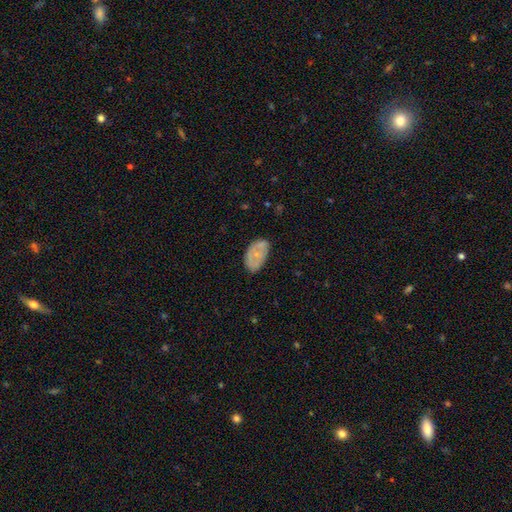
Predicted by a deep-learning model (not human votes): This is likely a smooth galaxy (61%). How rounded: clearly in between (92%). Merging: likely none (61%).